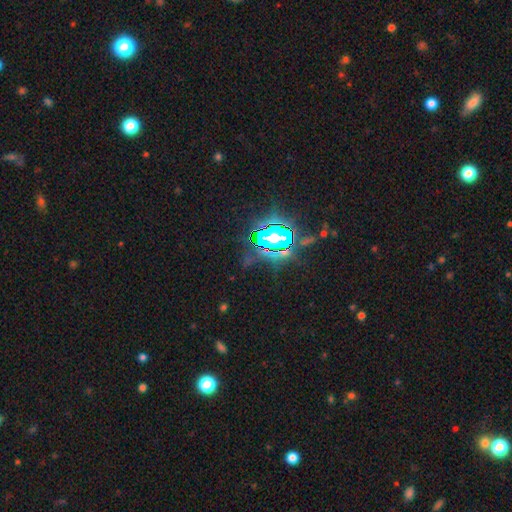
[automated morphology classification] A star or artifact, not a galaxy (84%).

Vote fractions:
- Smooth or featured? star or artifact: 84% / smooth: 10% / featured or disk: 7%